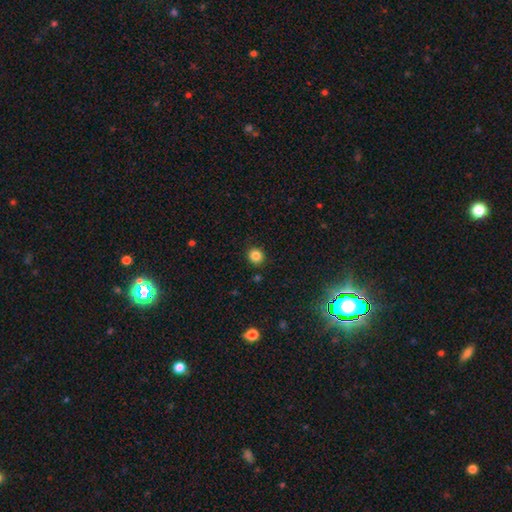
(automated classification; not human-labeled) A smooth galaxy with no disk features (84%) that is round (89%). Merging: none (90%).